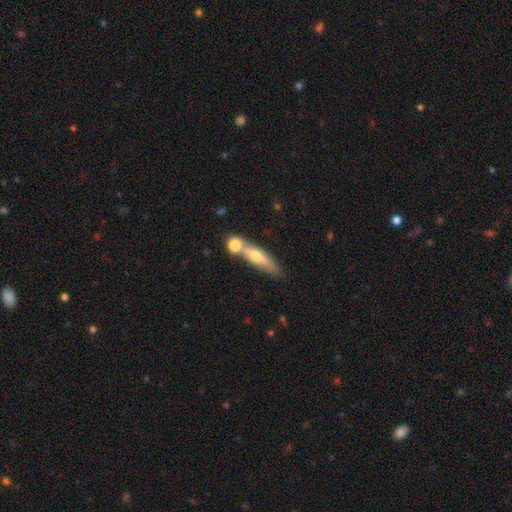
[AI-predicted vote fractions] Morphology: type=smooth (48%); merging=none (57%).